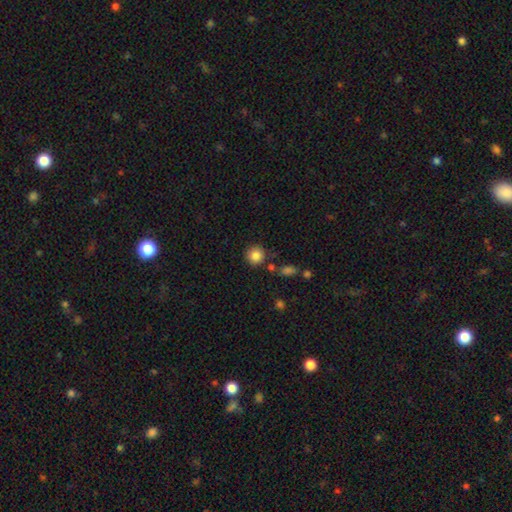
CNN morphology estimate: Q: Smooth or featured?
A: smooth (85%); runner-up: star or artifact (10%)
Q: How rounded?
A: round (92%); runner-up: in between (7%)
Q: Merging?
A: none (82%); runner-up: minor disturbance (9%)